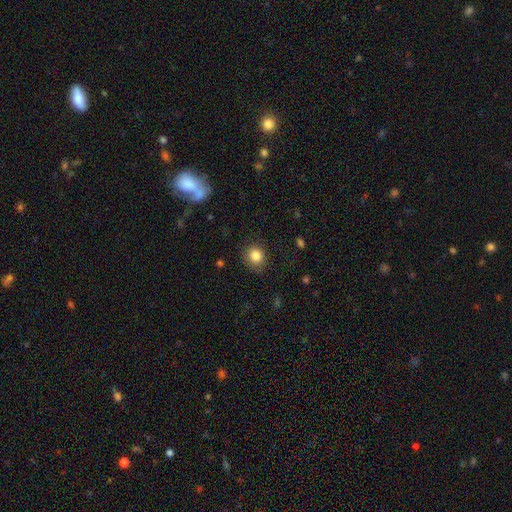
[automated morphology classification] smooth 84%, star or artifact 10%, featured or disk 6%. Down the decision tree: how rounded — round (79%); merging — none (82%).